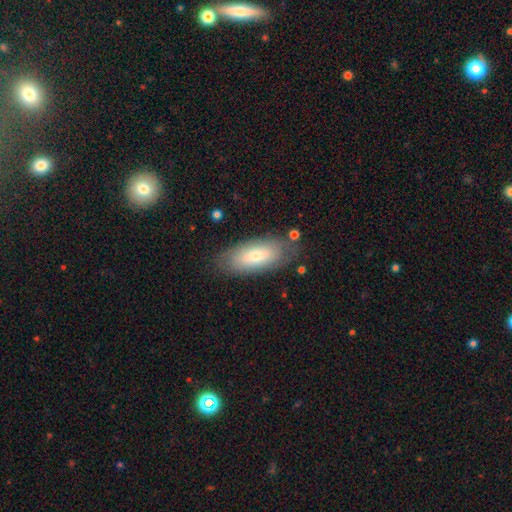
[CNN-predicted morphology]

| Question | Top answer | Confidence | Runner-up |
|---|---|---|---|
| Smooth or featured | smooth | 64% | featured or disk (29%) |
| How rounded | in between | 82% | cigar-shaped (16%) |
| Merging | none | 78% | minor disturbance (15%) |